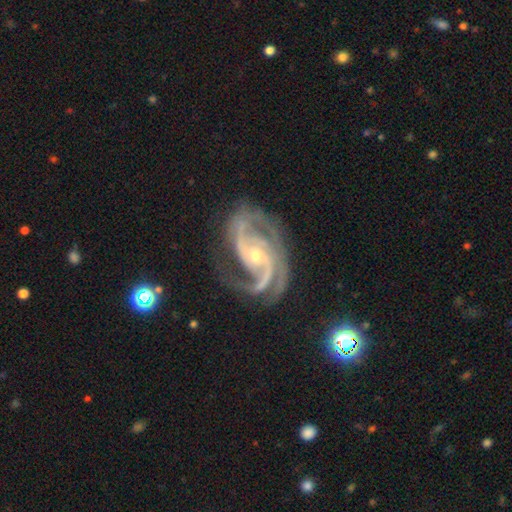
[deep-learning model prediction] A featured or disk galaxy (93%) with no bar (54%), 2 (43%) medium (56%) spiral arms (99%) and a small central bulge (62%).

Vote fractions:
- Smooth or featured? featured or disk: 93% / star or artifact: 5% / smooth: 2%
- Edge-on disk? no: 98% / yes: 2%
- Bar? no: 54% / weak: 30% / strong: 16%
- Spiral arms? yes: 99% / no: 1%
- Spiral winding? medium: 56% / tight: 31% / loose: 12%
- Spiral arm count? 2: 43% / 3: 35% / 4: 6% / can't tell: 6% / 1: 5% / more than 4: 4%
- Bulge size? small: 62% / moderate: 35% / large: 1% / none: 1% / dominant: 1%
- Merging? none: 66% / minor disturbance: 19% / major disturbance: 13% / merger: 2%